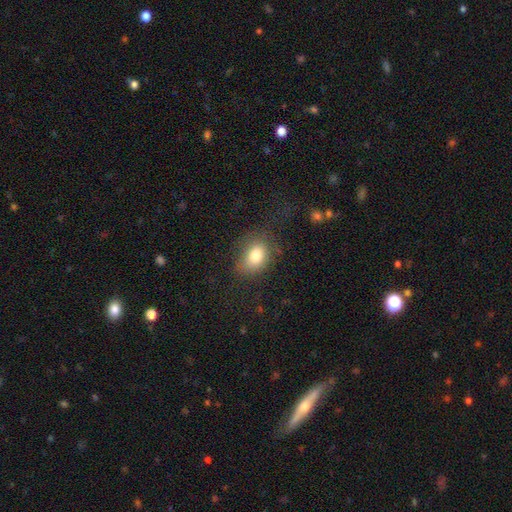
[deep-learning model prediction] A smooth galaxy with no disk features (79%) that is in between round and cigar-shaped (70%).

Vote fractions:
- Smooth or featured? smooth: 79% / featured or disk: 11% / star or artifact: 10%
- How rounded? in between: 70% / round: 29% / cigar-shaped: 1%
- Merging? none: 63% / minor disturbance: 22% / major disturbance: 13% / merger: 2%